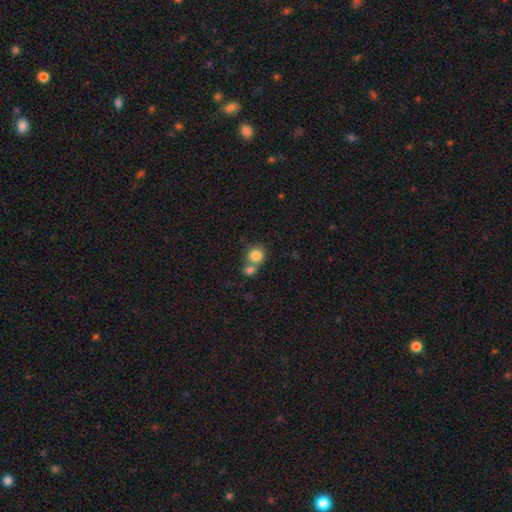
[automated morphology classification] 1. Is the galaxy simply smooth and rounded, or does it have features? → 83% smooth, 9% star or artifact, 8% featured or disk.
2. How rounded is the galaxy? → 87% round, 12% in between, 1% cigar-shaped.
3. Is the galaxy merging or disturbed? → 47% none, 43% merger, 7% minor disturbance, 3% major disturbance.